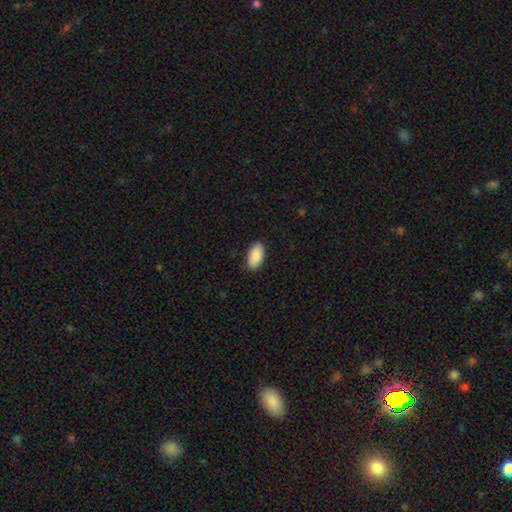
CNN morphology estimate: A smooth galaxy with no disk features (90%) that is in between round and cigar-shaped (95%). Merging: none (86%).